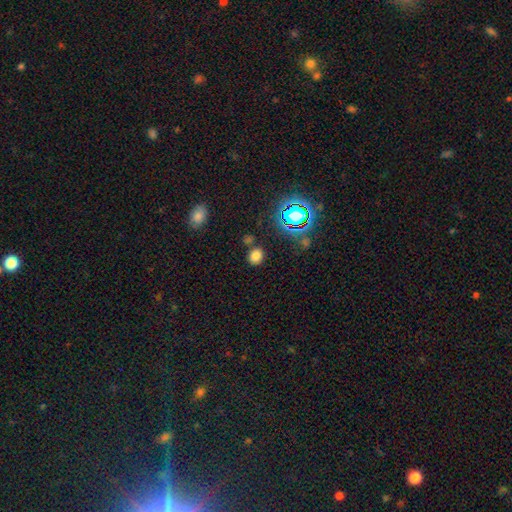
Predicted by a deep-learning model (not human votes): smooth 74%, star or artifact 20%, featured or disk 6%. Down the decision tree: how rounded — round (67%); merging — none (81%).